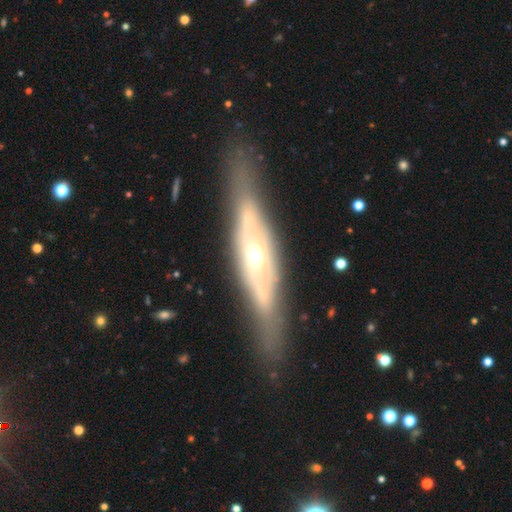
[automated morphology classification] smooth_or_featured: featured or disk (p=0.76) [alt: smooth p=0.18]
disk_edge_on: yes (p=0.58) [alt: no p=0.42]
merging: none (p=0.78) [alt: minor disturbance p=0.14]